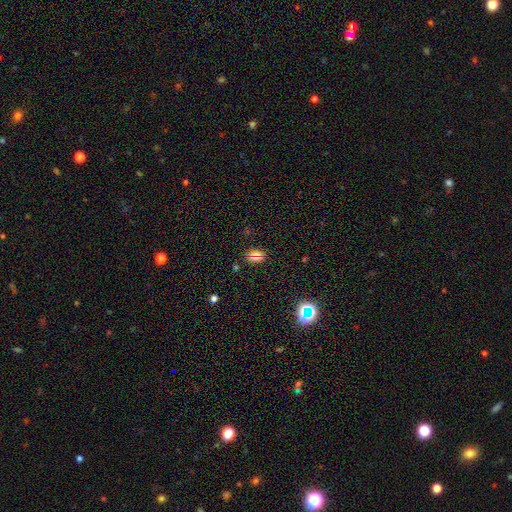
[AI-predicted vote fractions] A smooth galaxy with no disk features (57%) that is in between round and cigar-shaped (69%).

Vote fractions:
- Smooth or featured? smooth: 57% / star or artifact: 35% / featured or disk: 8%
- How rounded? in between: 69% / round: 26% / cigar-shaped: 5%
- Merging? none: 84% / minor disturbance: 10% / major disturbance: 4% / merger: 2%